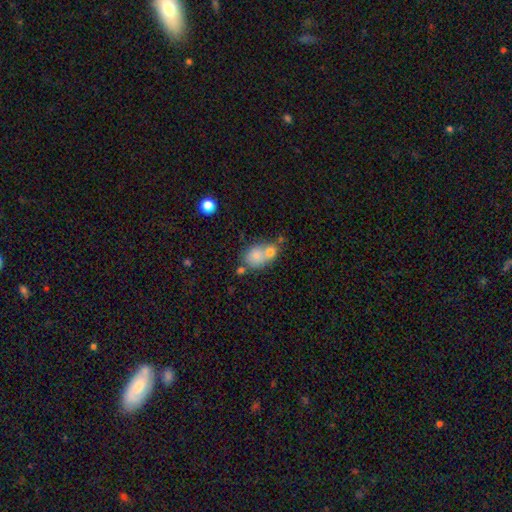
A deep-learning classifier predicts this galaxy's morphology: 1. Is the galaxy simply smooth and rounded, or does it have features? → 76% smooth, 14% featured or disk, 9% star or artifact.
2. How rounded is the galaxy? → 54% in between, 45% round, 2% cigar-shaped.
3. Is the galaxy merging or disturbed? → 54% merger, 31% none, 10% minor disturbance, 5% major disturbance.